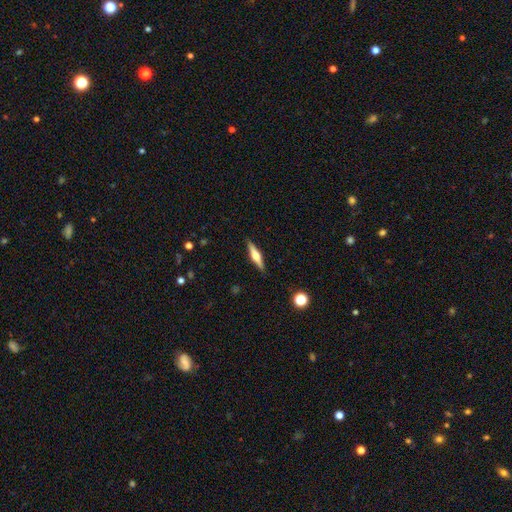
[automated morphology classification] A featured or disk galaxy (61%) viewed edge-on (97%) with a rounded central bulge (90%).

Vote fractions:
- Smooth or featured? featured or disk: 61% / smooth: 32% / star or artifact: 6%
- Edge-on disk? yes: 97% / no: 3%
- Edge-on bulge? rounded: 90% / boxy: 7% / none: 3%
- Merging? none: 90% / minor disturbance: 8% / major disturbance: 2% / merger: 1%